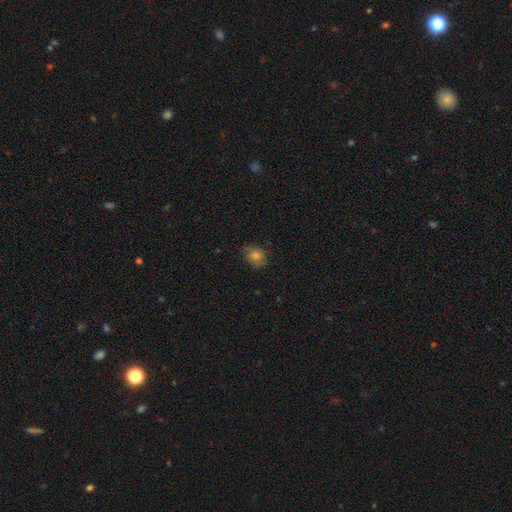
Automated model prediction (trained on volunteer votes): Q: Smooth or featured?
A: smooth (68%); runner-up: featured or disk (21%)
Q: How rounded?
A: round (52%); runner-up: in between (47%)
Q: Merging?
A: none (69%); runner-up: minor disturbance (24%)